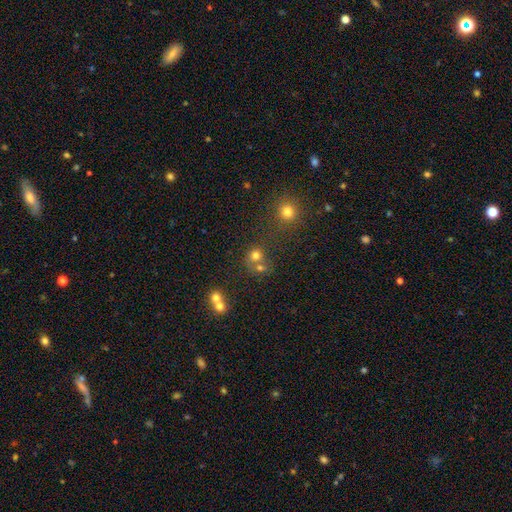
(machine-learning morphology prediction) The model was most divided on "merging": none: 50%, merger: 36%, minor disturbance: 9%, major disturbance: 5%. More confident: how rounded — round (82%); smooth or featured — smooth (72%).